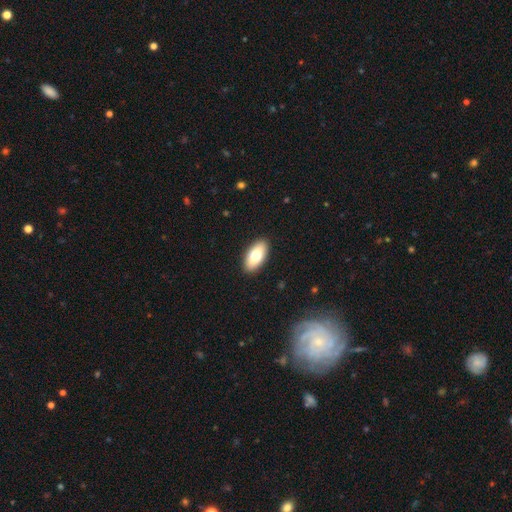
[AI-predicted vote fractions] Smooth or featured?
  - smooth: 76% *
  - featured or disk: 17%
  - star or artifact: 6%
How rounded?
  - in between: 92% *
  - cigar-shaped: 6%
  - round: 3%
Merging?
  - none: 91% *
  - minor disturbance: 7%
  - major disturbance: 2%
  - merger: 1%